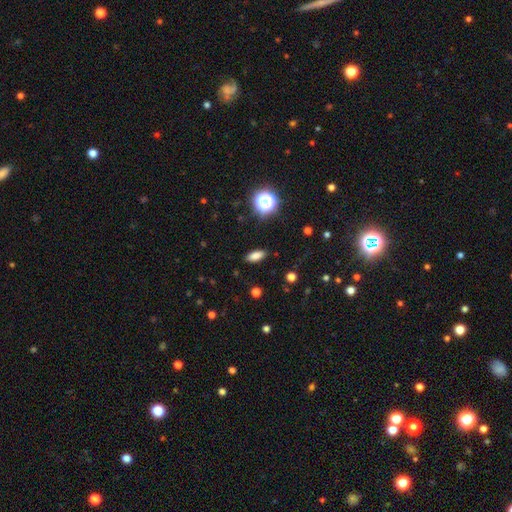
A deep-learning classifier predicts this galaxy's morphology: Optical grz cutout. It shows a smooth galaxy with no disk features (80%) that is in between round and cigar-shaped (77%). Merging: none (88%).